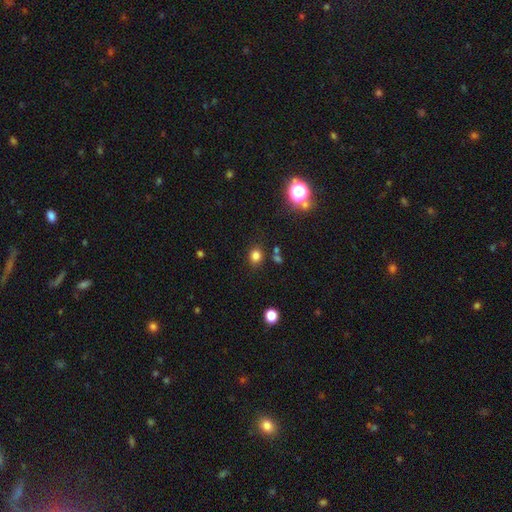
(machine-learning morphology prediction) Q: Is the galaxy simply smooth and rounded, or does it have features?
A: smooth — 79%.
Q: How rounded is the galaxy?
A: round — 67%.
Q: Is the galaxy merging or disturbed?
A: none — 81%.